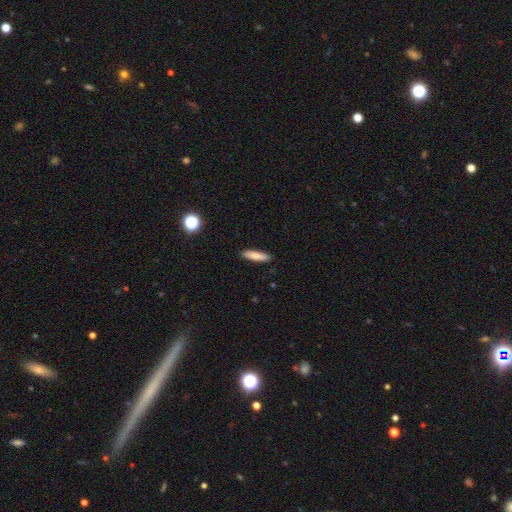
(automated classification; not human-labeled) Smooth or featured?
  - smooth: 80% *
  - featured or disk: 13%
  - star or artifact: 7%
How rounded?
  - cigar-shaped: 76% *
  - in between: 22%
  - round: 2%
Merging?
  - none: 90% *
  - minor disturbance: 7%
  - major disturbance: 2%
  - merger: 1%